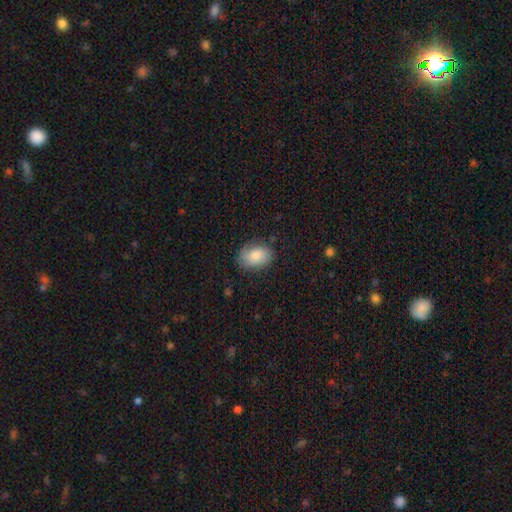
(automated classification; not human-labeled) A smooth galaxy with no disk features (78%) that is in between round and cigar-shaped (78%).

Vote fractions:
- Smooth or featured? smooth: 78% / featured or disk: 15% / star or artifact: 7%
- How rounded? in between: 78% / round: 21% / cigar-shaped: 1%
- Merging? none: 77% / minor disturbance: 18% / major disturbance: 5% / merger: 1%